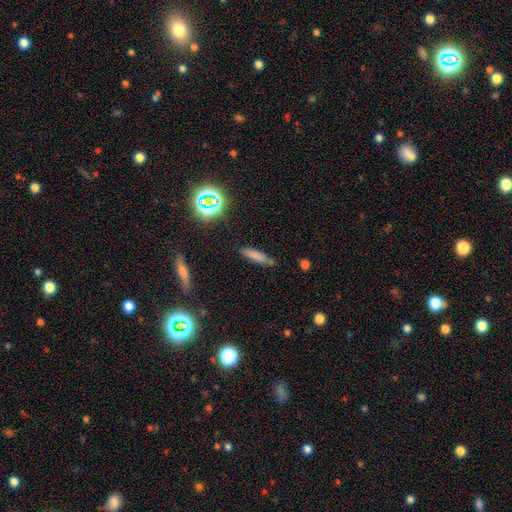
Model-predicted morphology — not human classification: A smooth galaxy with no disk features (76%) that is cigar-shaped (70%). Merging: none (74%).